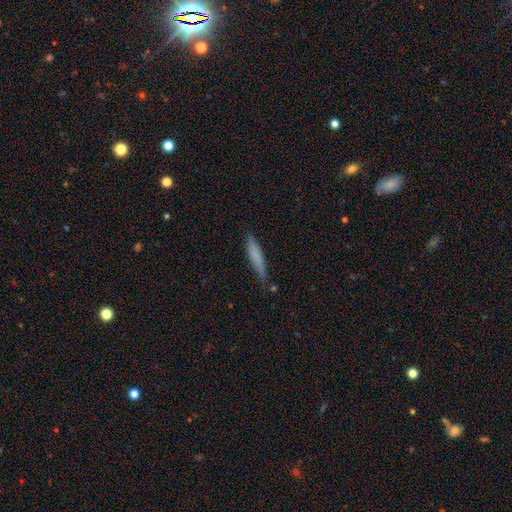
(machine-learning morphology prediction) The model was most divided on "merging": none: 70%, minor disturbance: 23%, major disturbance: 4%, merger: 3%. More confident: how rounded — cigar-shaped (90%); smooth or featured — smooth (71%).